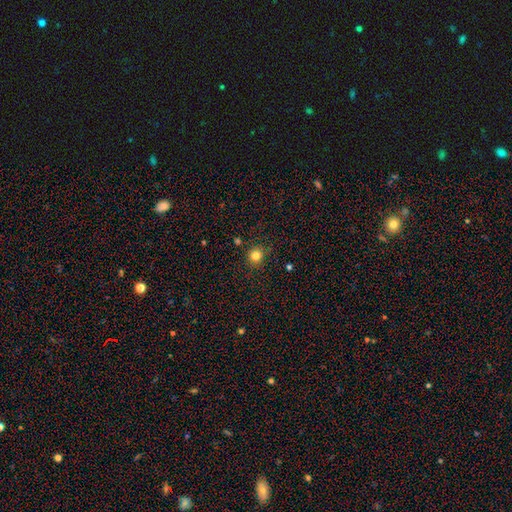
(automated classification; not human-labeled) A smooth galaxy with no disk features (82%) that is round (91%).

Vote fractions:
- Smooth or featured? smooth: 82% / star or artifact: 13% / featured or disk: 5%
- How rounded? round: 91% / in between: 8% / cigar-shaped: 1%
- Merging? none: 86% / minor disturbance: 9% / major disturbance: 3% / merger: 2%